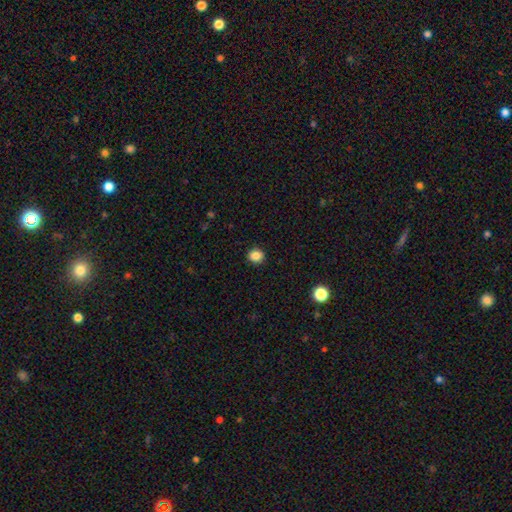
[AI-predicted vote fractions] Smooth or featured? Predicted: smooth (p=0.85). How rounded? Predicted: round (p=0.83). Merging? Predicted: none (p=0.91).